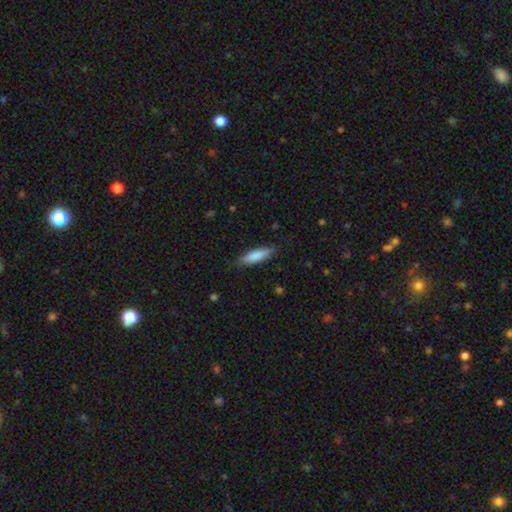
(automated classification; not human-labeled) A smooth galaxy with no disk features (83%) that is cigar-shaped (59%).

Vote fractions:
- Smooth or featured? smooth: 83% / featured or disk: 11% / star or artifact: 5%
- How rounded? cigar-shaped: 59% / in between: 39% / round: 1%
- Merging? none: 82% / minor disturbance: 14% / major disturbance: 3% / merger: 1%